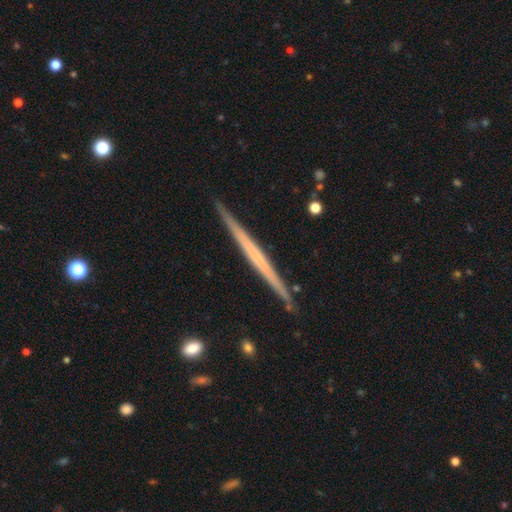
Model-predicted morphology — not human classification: Smooth or featured: featured or disk — 65% (smooth — 30%)
Edge-on disk: yes — 98% (no — 2%)
Edge-on bulge: none — 85% (rounded — 9%)
Merging: none — 90% (minor disturbance — 7%)